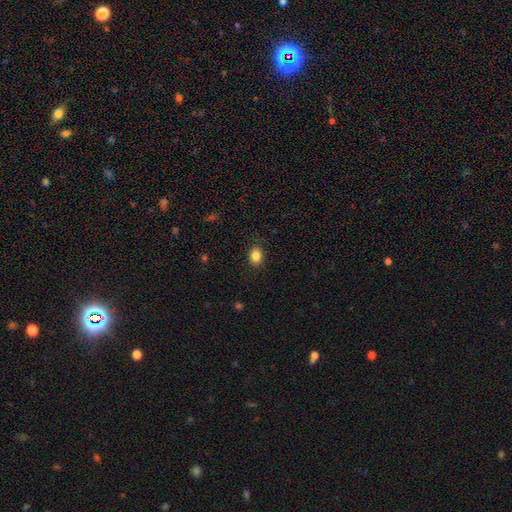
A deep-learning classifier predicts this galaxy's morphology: smooth-or-featured: smooth: 86% | star or artifact: 9% | featured or disk: 4%
  how-rounded: in between: 69% | round: 30% | cigar-shaped: 1%
  merging: none: 86% | minor disturbance: 10% | major disturbance: 3% | merger: 1%